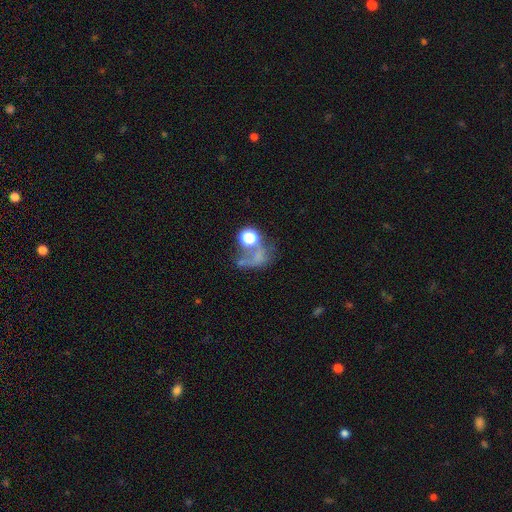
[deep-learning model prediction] A smooth galaxy with no disk features (45%). Merging: major disturbance (36%).